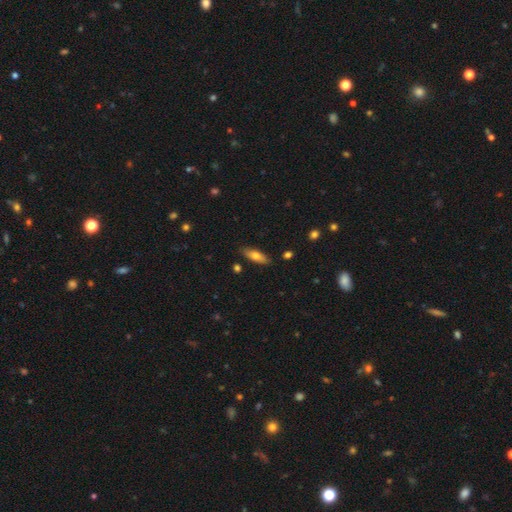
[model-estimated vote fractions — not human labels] smooth_or_featured: smooth (p=0.67) [alt: featured or disk p=0.26]
how_rounded: in between (p=0.55) [alt: cigar-shaped p=0.43]
merging: none (p=0.86) [alt: minor disturbance p=0.11]